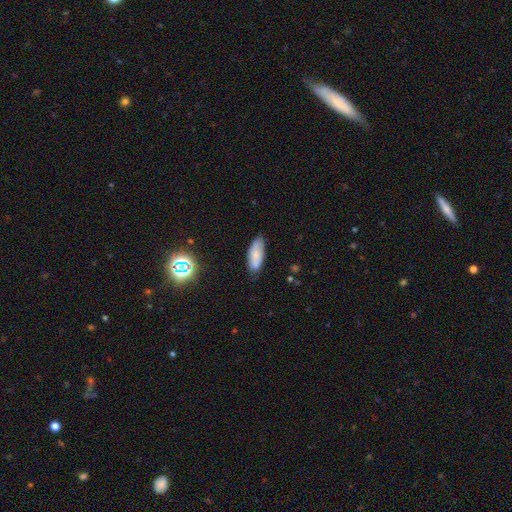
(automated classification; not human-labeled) smooth 72%, featured or disk 19%, star or artifact 9%. Down the decision tree: how rounded — in between (77%); merging — none (73%).